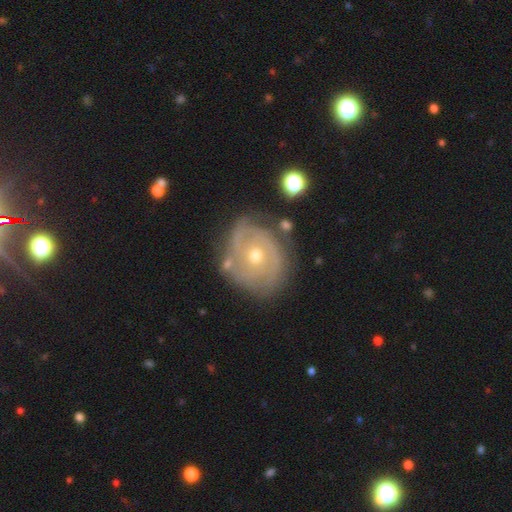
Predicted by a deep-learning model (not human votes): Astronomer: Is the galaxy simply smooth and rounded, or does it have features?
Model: featured or disk — 80%.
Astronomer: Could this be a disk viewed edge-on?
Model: no — 97%.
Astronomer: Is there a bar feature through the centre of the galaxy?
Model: no — 80%.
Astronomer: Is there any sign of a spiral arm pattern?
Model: yes — 87%.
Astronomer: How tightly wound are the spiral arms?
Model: tight — 71%.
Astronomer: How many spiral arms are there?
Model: can't tell — 32%, tied with 2 at 32%.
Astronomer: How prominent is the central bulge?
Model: moderate — 53% (runner-up: small, 44%).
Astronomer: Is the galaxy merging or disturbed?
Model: none — 69%.